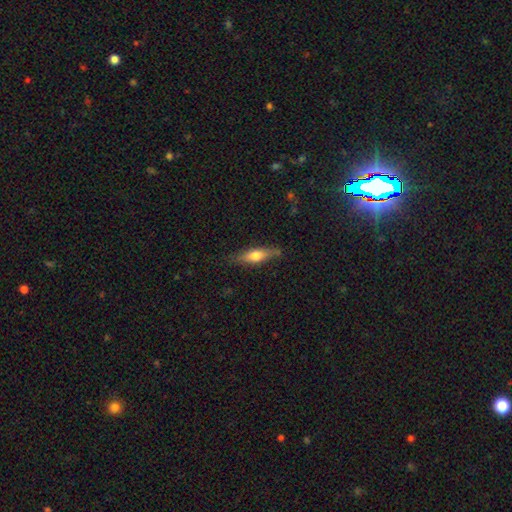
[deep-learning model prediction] Smooth or featured? smooth (57%)
How rounded? cigar-shaped (57%)
Merging? none (78%)